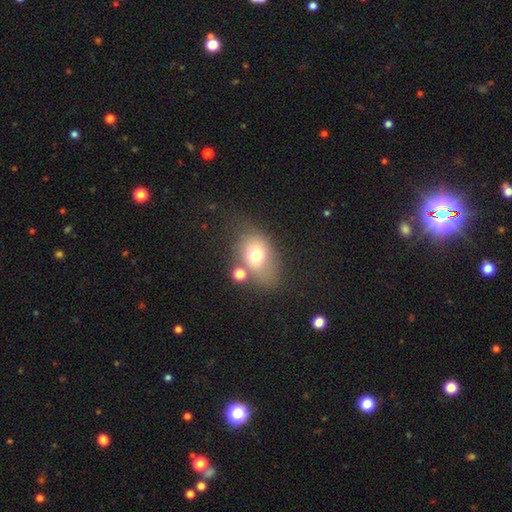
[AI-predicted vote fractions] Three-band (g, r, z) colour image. It shows a smooth galaxy with no disk features (68%) that is in between round and cigar-shaped (72%). Merging: none (49%).